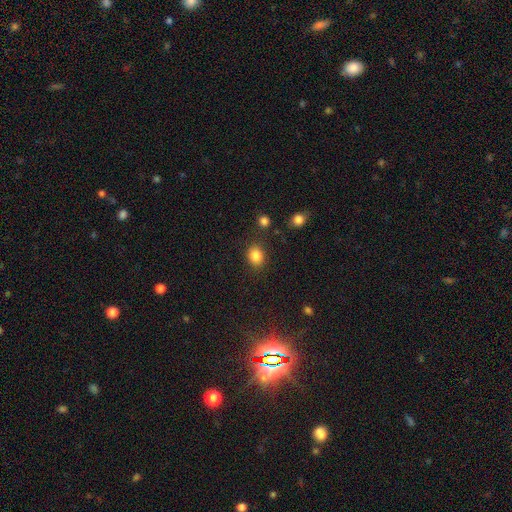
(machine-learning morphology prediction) Smooth or featured? Predicted: smooth (p=0.84). How rounded? Predicted: round (p=0.62). Merging? Predicted: none (p=0.82).